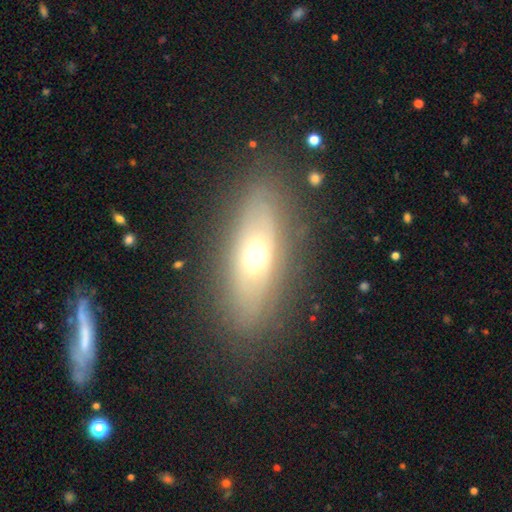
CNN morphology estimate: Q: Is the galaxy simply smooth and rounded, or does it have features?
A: featured or disk — 50%.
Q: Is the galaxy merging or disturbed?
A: none — 82%.